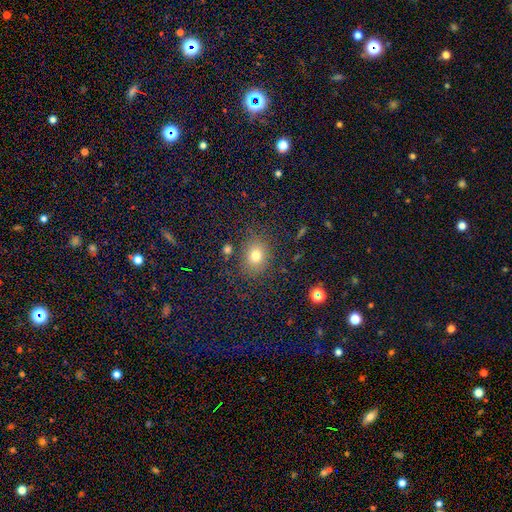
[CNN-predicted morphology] This appears to be a smooth galaxy with no disk features (75%) that is round (53%). Merging: none (80%).